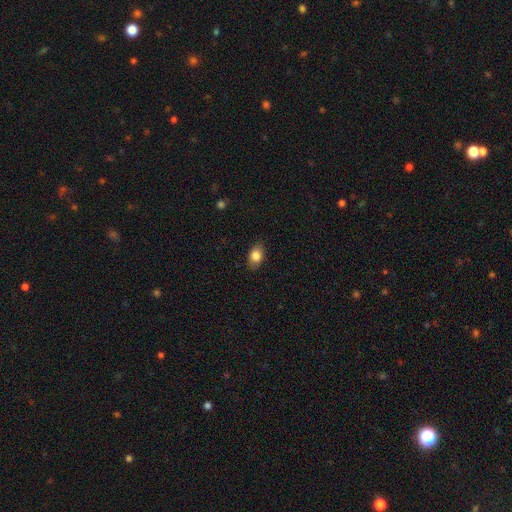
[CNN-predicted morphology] smooth-or-featured: smooth: 83% | featured or disk: 8% | star or artifact: 8%
  how-rounded: in between: 81% | round: 17% | cigar-shaped: 2%
  merging: none: 84% | minor disturbance: 12% | major disturbance: 3% | merger: 1%